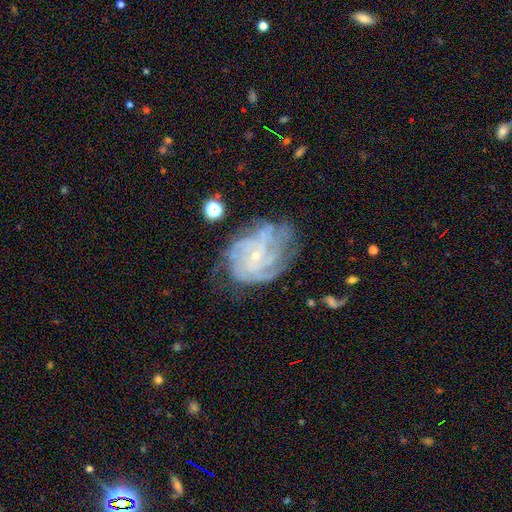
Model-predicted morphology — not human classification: featured or disk 83%, smooth 9%, star or artifact 8%. Down the decision tree: edge-on disk — no (97%); bar — no (69%); spiral arms — yes (94%); spiral arm count — can't tell (32%); spiral winding — tight (63%); bulge size — small (83%); merging — none (60%).